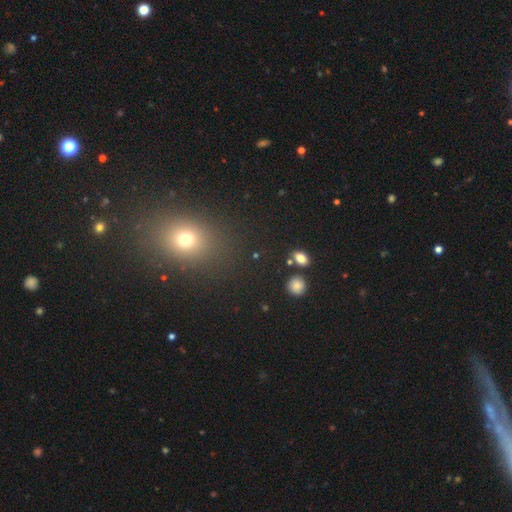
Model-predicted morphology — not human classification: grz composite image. It shows a smooth galaxy with no disk features (57%) that is round (69%). Merging: none (83%).